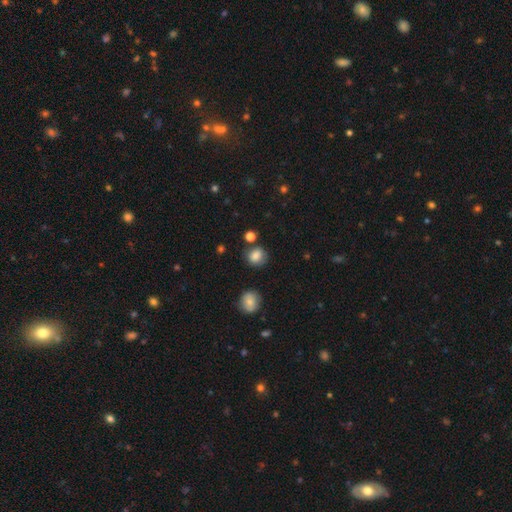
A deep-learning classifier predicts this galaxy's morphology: type=smooth (82%); roundness=round (72%); merging=none (76%).